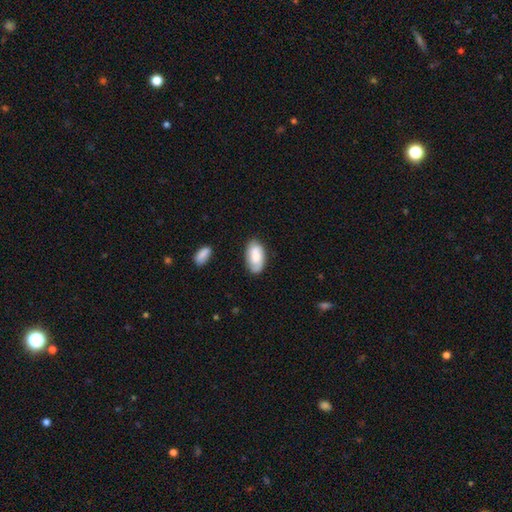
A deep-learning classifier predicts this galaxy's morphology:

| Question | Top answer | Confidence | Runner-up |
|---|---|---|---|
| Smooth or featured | smooth | 71% | featured or disk (22%) |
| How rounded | in between | 95% | round (3%) |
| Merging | none | 75% | minor disturbance (18%) |